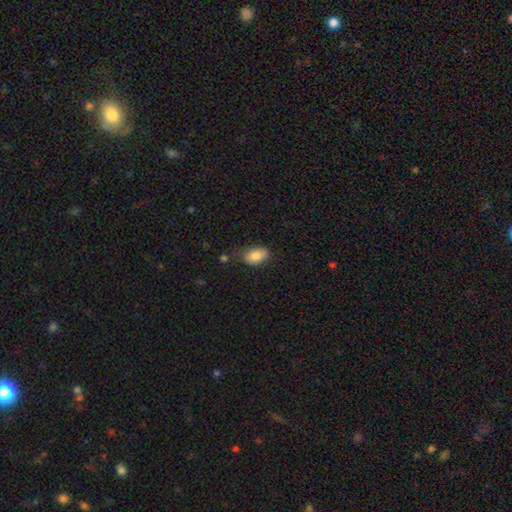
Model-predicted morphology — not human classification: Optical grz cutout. It shows a smooth galaxy with no disk features (83%) that is in between round and cigar-shaped (90%). Merging: none (71%).